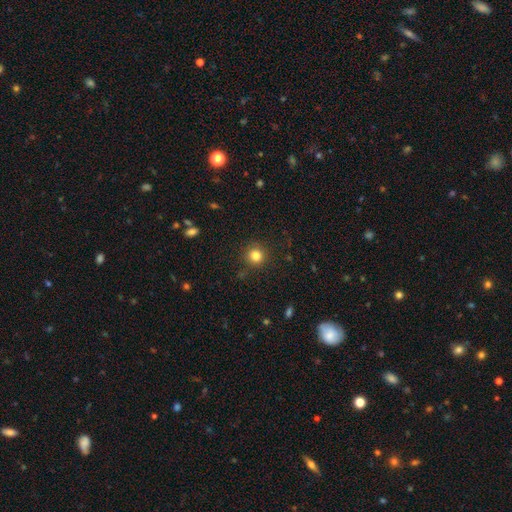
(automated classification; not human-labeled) Q: Smooth or featured?
A: smooth (82%); runner-up: star or artifact (13%)
Q: How rounded?
A: round (93%); runner-up: in between (6%)
Q: Merging?
A: none (89%); runner-up: minor disturbance (7%)